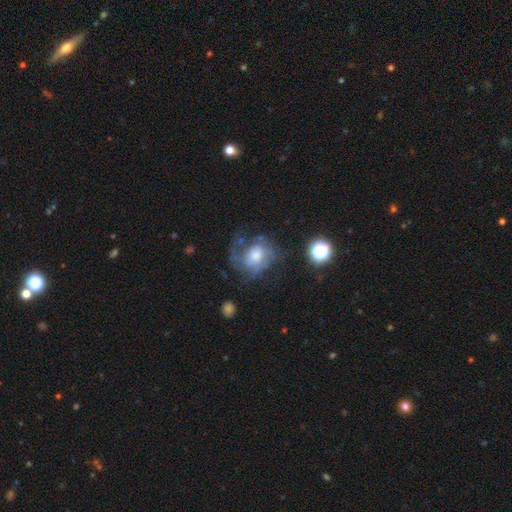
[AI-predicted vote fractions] This is likely a featured or disk galaxy (61%). It is clearly not viewed edge-on (97%). Bar: likely no (75%). Spiral arm pattern: likely yes (75%). Central bulge: marginally moderate (45%). Merging: marginally none (42%).